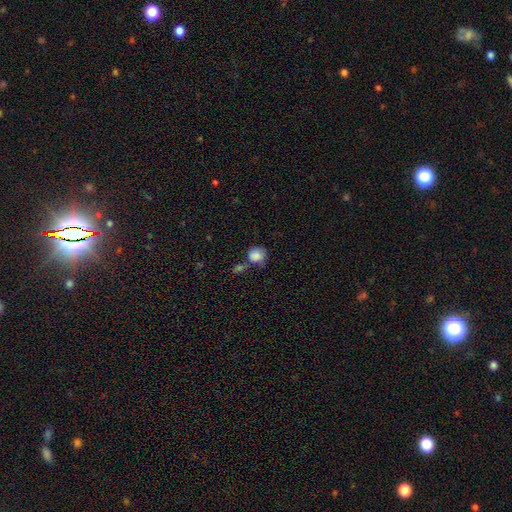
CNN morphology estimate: A smooth galaxy with no disk features (85%) that is round (83%). Merging: none (48%).